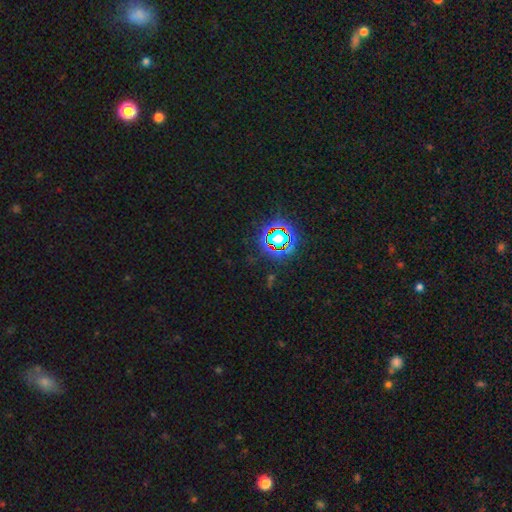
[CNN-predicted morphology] This appears to be a star or artifact, not a galaxy (78%).